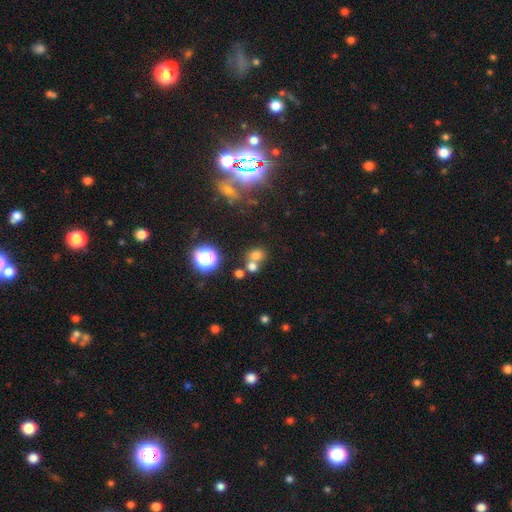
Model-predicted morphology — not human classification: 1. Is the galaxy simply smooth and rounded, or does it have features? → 68% smooth, 23% star or artifact, 10% featured or disk.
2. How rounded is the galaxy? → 73% round, 26% in between, 1% cigar-shaped.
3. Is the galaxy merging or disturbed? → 51% none, 36% merger, 8% minor disturbance, 4% major disturbance.